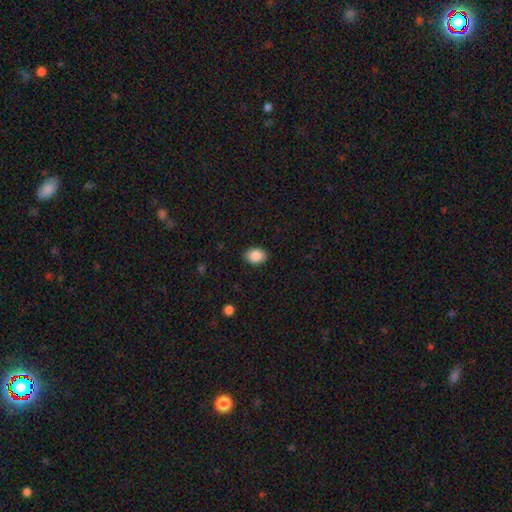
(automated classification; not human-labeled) This appears to be a smooth galaxy with no disk features (87%) that is in between round and cigar-shaped (71%). Merging: none (89%).